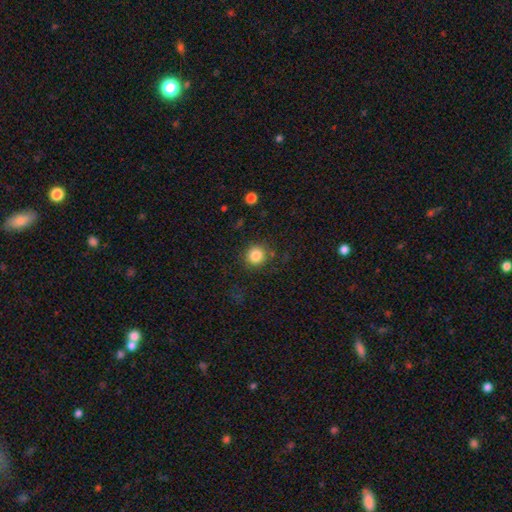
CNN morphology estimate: Q: Smooth or featured?
A: smooth (84%); runner-up: star or artifact (11%)
Q: How rounded?
A: round (91%); runner-up: in between (8%)
Q: Merging?
A: none (85%); runner-up: minor disturbance (9%)